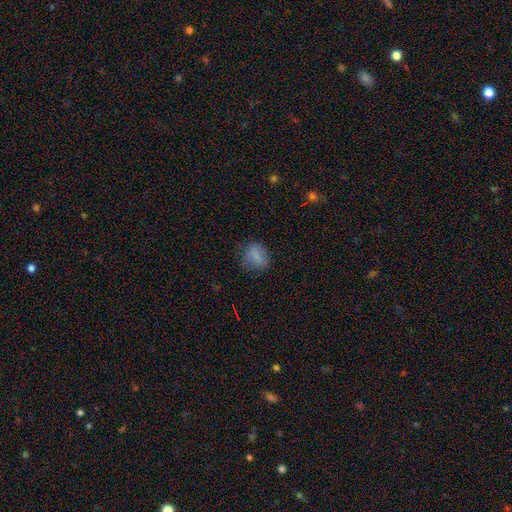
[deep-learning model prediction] smooth 79%, star or artifact 11%, featured or disk 9%. Down the decision tree: how rounded — in between (54%); merging — none (69%).